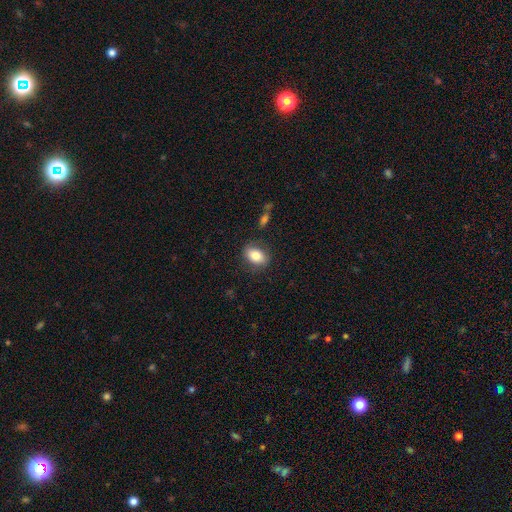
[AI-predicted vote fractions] A smooth galaxy with no disk features (80%) that is in between round and cigar-shaped (80%). Merging: none (80%).